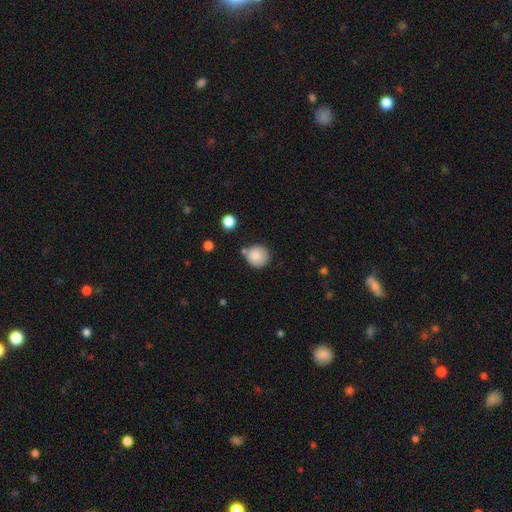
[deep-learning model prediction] Q: Smooth or featured?
A: smooth (86%); runner-up: star or artifact (8%)
Q: How rounded?
A: round (92%); runner-up: in between (7%)
Q: Merging?
A: none (74%); runner-up: minor disturbance (14%)